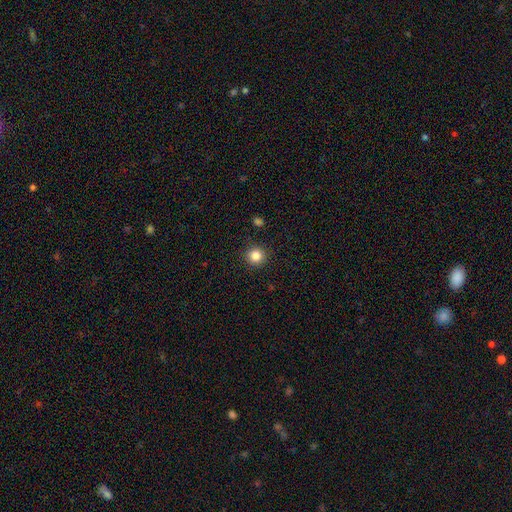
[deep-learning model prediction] Smooth or featured? Predicted: smooth (p=0.84). How rounded? Predicted: round (p=0.93). Merging? Predicted: none (p=0.90).